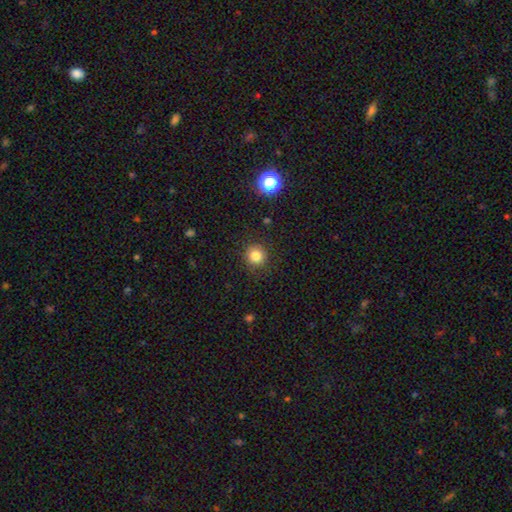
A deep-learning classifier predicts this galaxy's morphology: Smooth or featured? Predicted: smooth (p=0.82). How rounded? Predicted: round (p=0.92). Merging? Predicted: none (p=0.88).